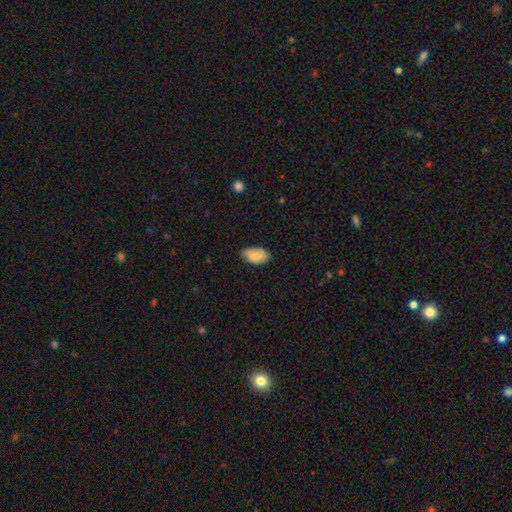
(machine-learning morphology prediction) smooth-or-featured: smooth: 75% | featured or disk: 18% | star or artifact: 7%
  how-rounded: in between: 93% | round: 5% | cigar-shaped: 1%
  merging: none: 67% | minor disturbance: 27% | major disturbance: 4% | merger: 1%